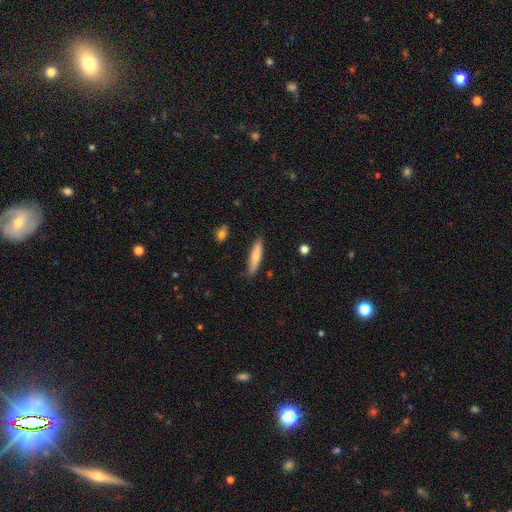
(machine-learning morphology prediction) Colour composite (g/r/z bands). It shows a smooth galaxy with no disk features (74%) that is cigar-shaped (84%). Merging: none (86%).